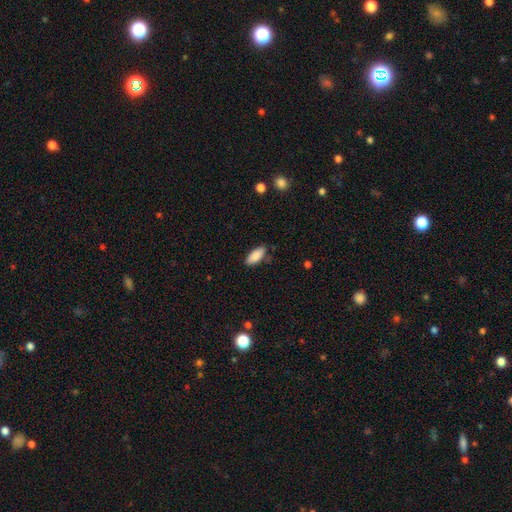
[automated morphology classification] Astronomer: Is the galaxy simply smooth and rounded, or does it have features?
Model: smooth — 87%.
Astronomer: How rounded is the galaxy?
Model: in between — 85%.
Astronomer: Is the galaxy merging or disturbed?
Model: none — 81%.